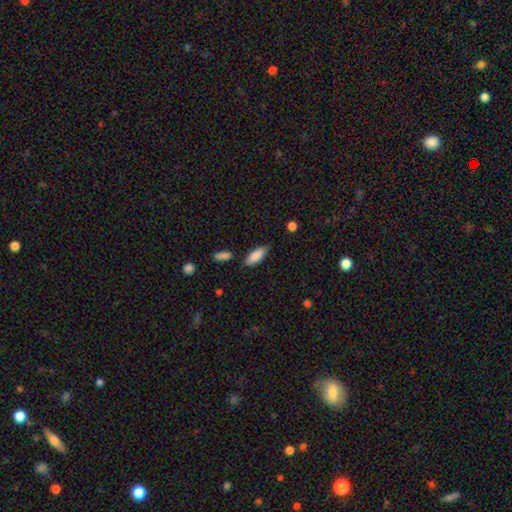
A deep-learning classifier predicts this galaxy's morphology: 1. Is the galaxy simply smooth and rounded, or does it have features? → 87% smooth, 7% featured or disk, 6% star or artifact.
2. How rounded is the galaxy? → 76% in between, 22% cigar-shaped, 2% round.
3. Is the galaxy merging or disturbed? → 76% none, 16% minor disturbance, 5% merger, 3% major disturbance.